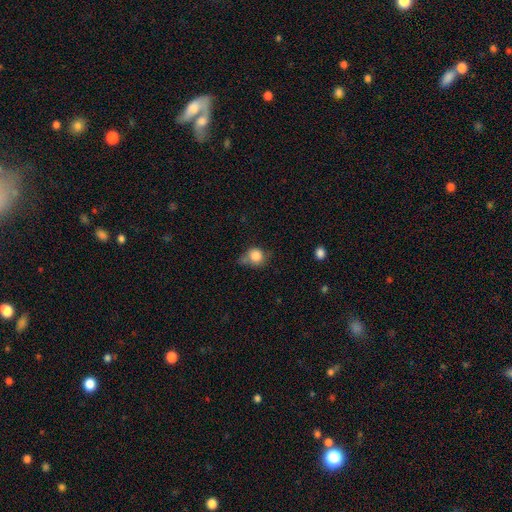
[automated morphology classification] Smooth or featured: smooth — 82% (star or artifact — 9%)
How rounded: round — 78% (in between — 21%)
Merging: none — 43% (minor disturbance — 34%)